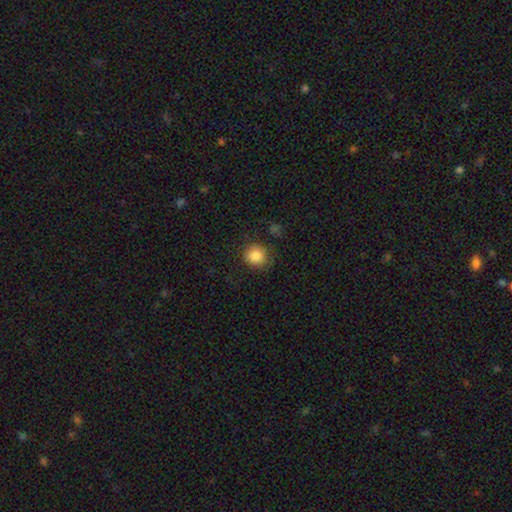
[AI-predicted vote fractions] A smooth galaxy with no disk features (85%) that is round (86%).

Vote fractions:
- Smooth or featured? smooth: 85% / star or artifact: 9% / featured or disk: 6%
- How rounded? round: 86% / in between: 13% / cigar-shaped: 1%
- Merging? none: 79% / minor disturbance: 14% / major disturbance: 5% / merger: 2%